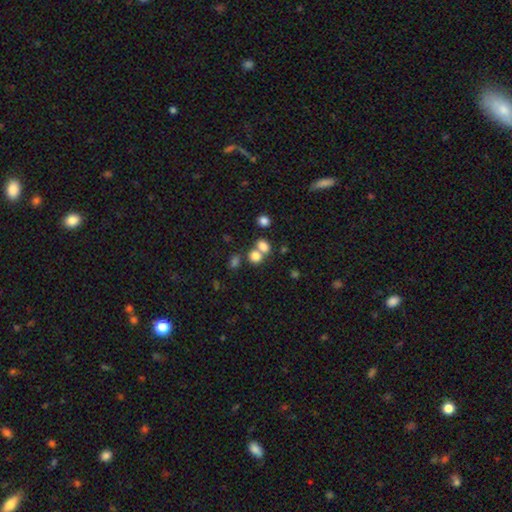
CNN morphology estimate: The model was most divided on "merging": merger: 44%, none: 43%, minor disturbance: 9%, major disturbance: 4%. More confident: smooth or featured — smooth (77%); how rounded — round (55%).